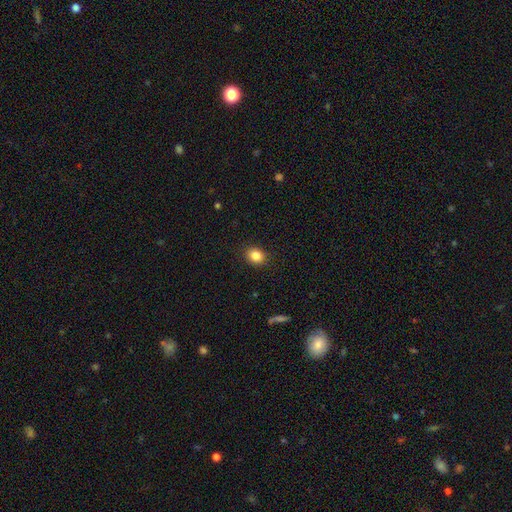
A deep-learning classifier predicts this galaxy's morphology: The model was most divided on "how rounded": round: 57%, in between: 42%, cigar-shaped: 1%. More confident: merging — none (89%); smooth or featured — smooth (85%).